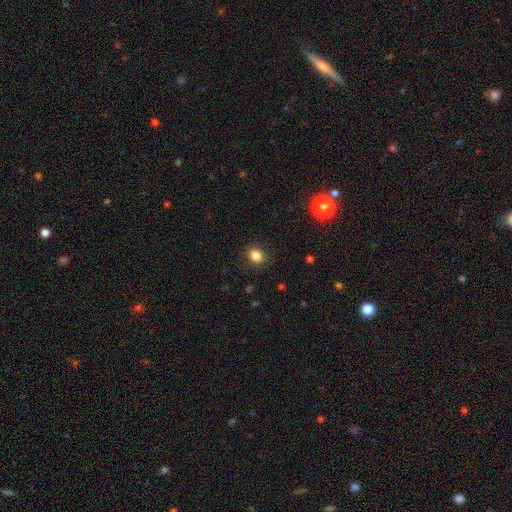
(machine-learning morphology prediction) type=smooth (84%); roundness=round (65%); merging=none (87%).